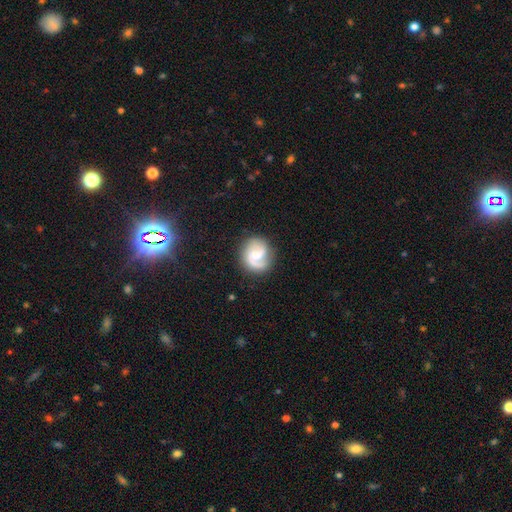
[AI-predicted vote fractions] Q: Smooth or featured?
A: featured or disk (77%); runner-up: smooth (17%)
Q: Edge-on disk?
A: no (98%); runner-up: yes (2%)
Q: Bar?
A: weak (51%); runner-up: no (35%)
Q: Spiral arms?
A: yes (95%); runner-up: no (5%)
Q: Spiral winding?
A: medium (47%); runner-up: loose (29%)
Q: Spiral arm count?
A: 2 (70%); runner-up: 1 (21%)
Q: Bulge size?
A: small (39%); runner-up: moderate (33%)
Q: Merging?
A: none (75%); runner-up: minor disturbance (16%)